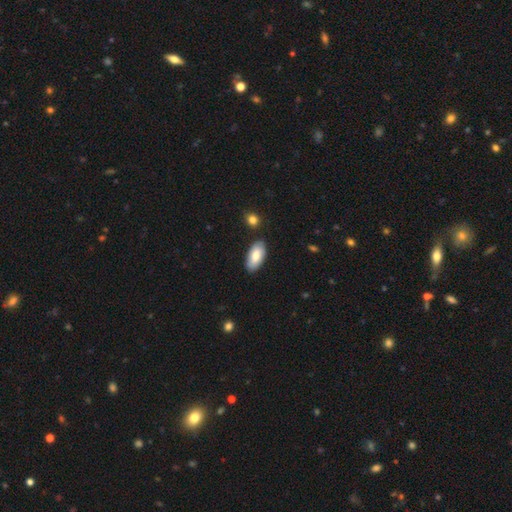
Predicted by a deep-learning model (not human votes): Q: Smooth or featured?
A: smooth (77%); runner-up: featured or disk (17%)
Q: How rounded?
A: in between (93%); runner-up: cigar-shaped (5%)
Q: Merging?
A: none (85%); runner-up: minor disturbance (10%)